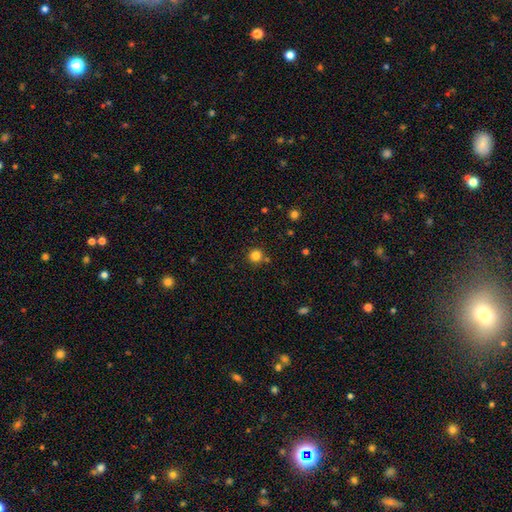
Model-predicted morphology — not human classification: The model was most divided on "smooth or featured": smooth: 82%, star or artifact: 13%, featured or disk: 5%. More confident: how rounded — round (94%); merging — none (83%).